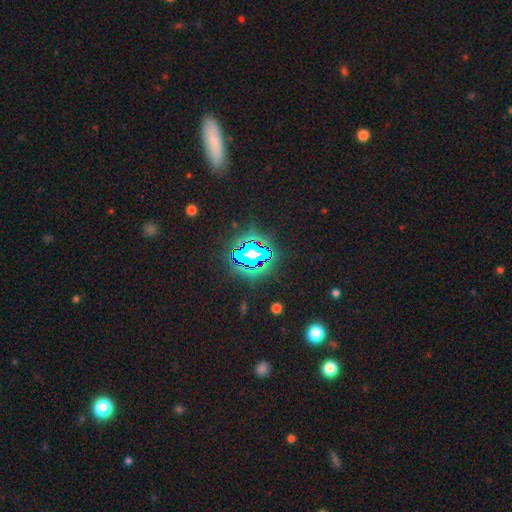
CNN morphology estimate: A star or artifact, not a galaxy (77%).

Vote fractions:
- Smooth or featured? star or artifact: 77% / smooth: 15% / featured or disk: 8%